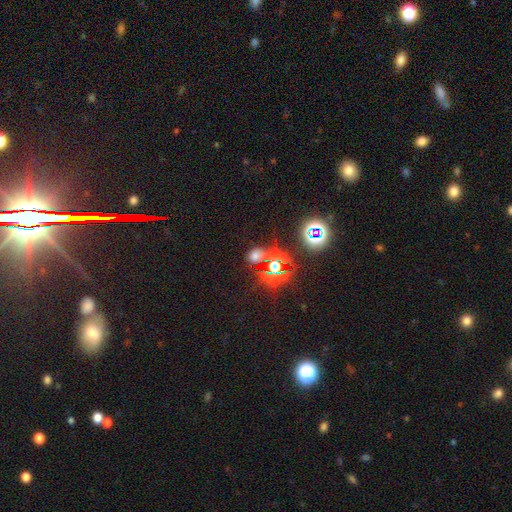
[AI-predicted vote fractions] Smooth or featured? star or artifact (59%)